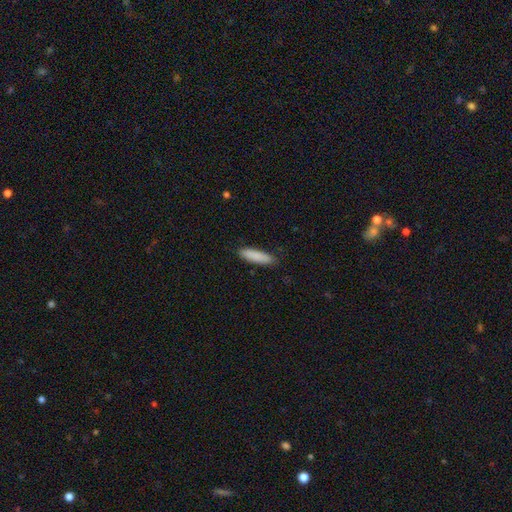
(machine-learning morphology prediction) Smooth or featured? Predicted: smooth (p=0.87). How rounded? Predicted: cigar-shaped (p=0.72). Merging? Predicted: none (p=0.87).